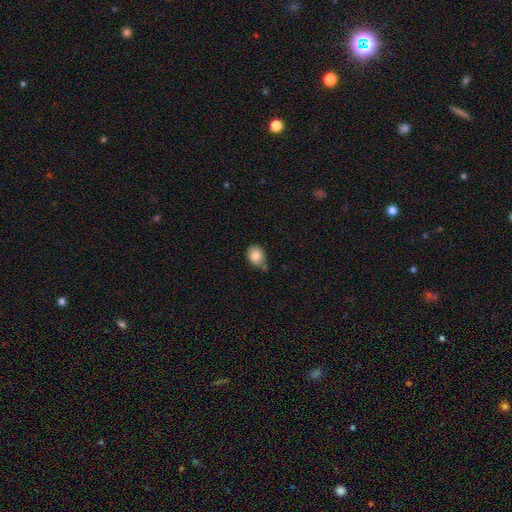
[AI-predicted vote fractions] Q: Smooth or featured?
A: smooth (83%); runner-up: star or artifact (8%)
Q: How rounded?
A: in between (52%); runner-up: round (47%)
Q: Merging?
A: none (52%); runner-up: minor disturbance (32%)